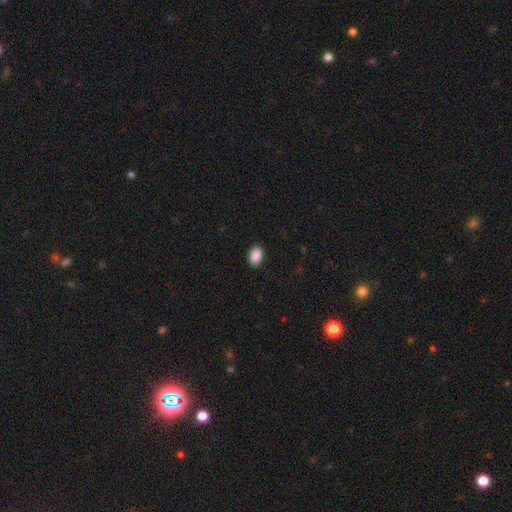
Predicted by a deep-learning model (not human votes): Smooth or featured? Predicted: smooth (p=0.90). How rounded? Predicted: in between (p=0.85). Merging? Predicted: none (p=0.90).